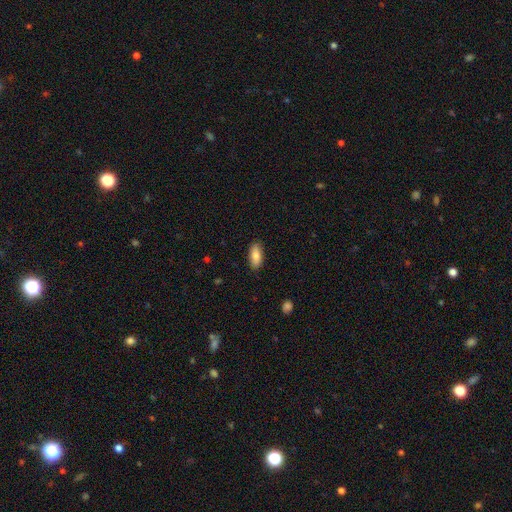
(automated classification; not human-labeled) This appears to be a smooth galaxy with no disk features (83%) that is in between round and cigar-shaped (82%). Merging: none (87%).